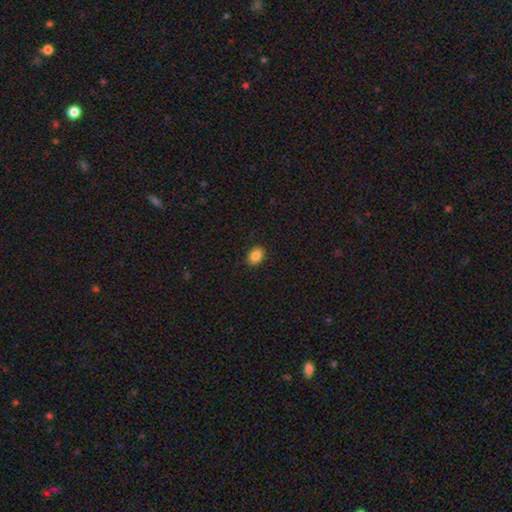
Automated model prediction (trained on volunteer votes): Morphology: type=smooth (86%); roundness=in between (66%); merging=none (90%).